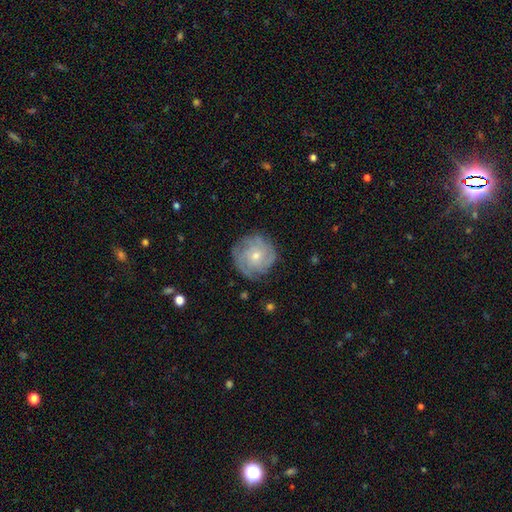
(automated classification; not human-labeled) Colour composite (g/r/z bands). It shows a featured or disk galaxy (67%) with no bar (80%), tight (64%) spiral arms (88%) and a small central bulge (58%). Merging: none (78%).